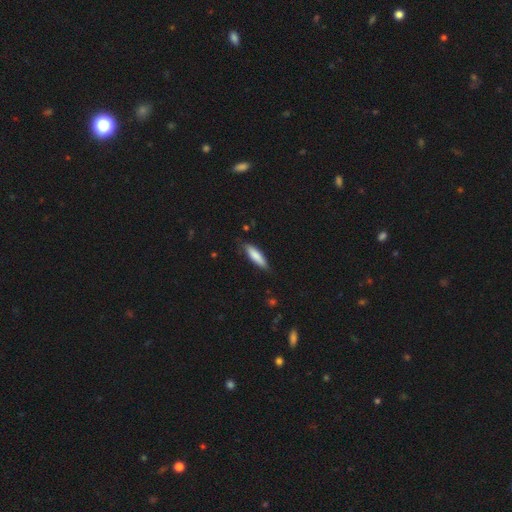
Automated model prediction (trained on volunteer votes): Smooth or featured? Predicted: smooth (p=0.81). How rounded? Predicted: cigar-shaped (p=0.62). Merging? Predicted: none (p=0.78).